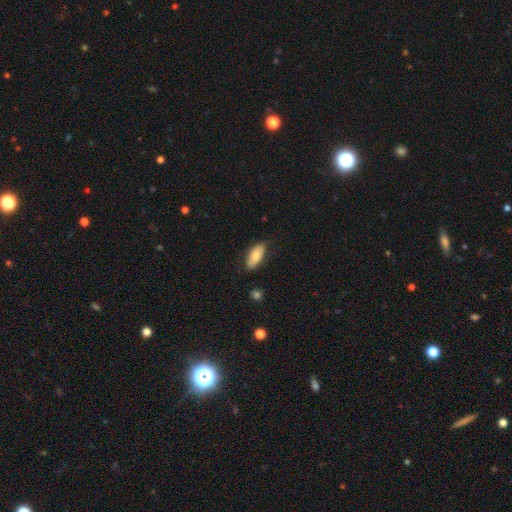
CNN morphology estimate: Smooth or featured? smooth (77%)
How rounded? in between (85%)
Merging? none (79%)